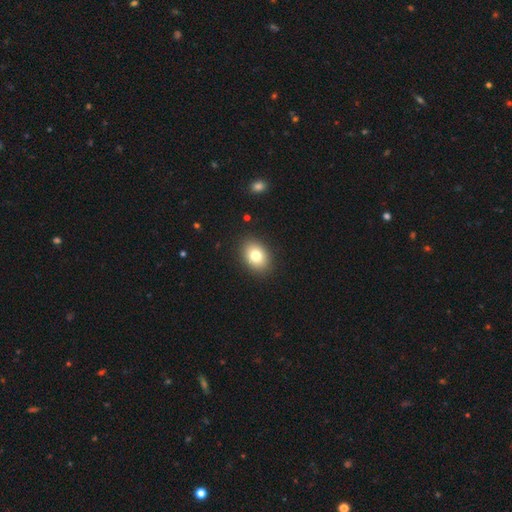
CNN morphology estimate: Smooth or featured: smooth — 80% (featured or disk — 11%)
How rounded: in between — 70% (round — 29%)
Merging: none — 89% (minor disturbance — 8%)